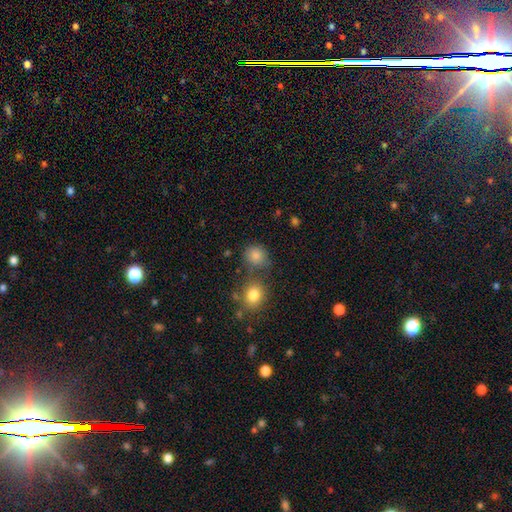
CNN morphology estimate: smooth_or_featured: smooth (p=0.83) [alt: star or artifact p=0.11]
how_rounded: round (p=0.79) [alt: in between p=0.19]
merging: none (p=0.64) [alt: merger p=0.19]